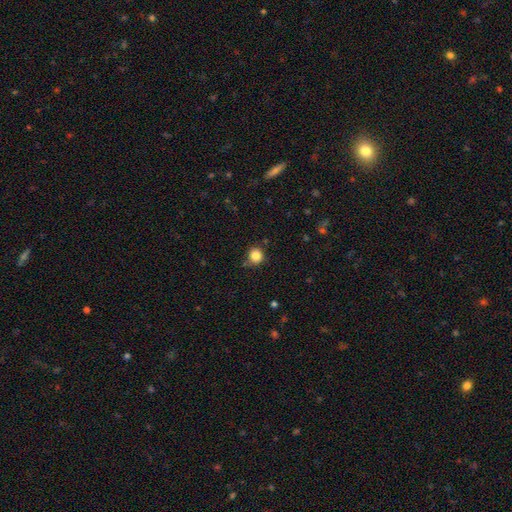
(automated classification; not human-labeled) Overall: smooth (84%). How rounded: round (91%). Merging: none (81%).